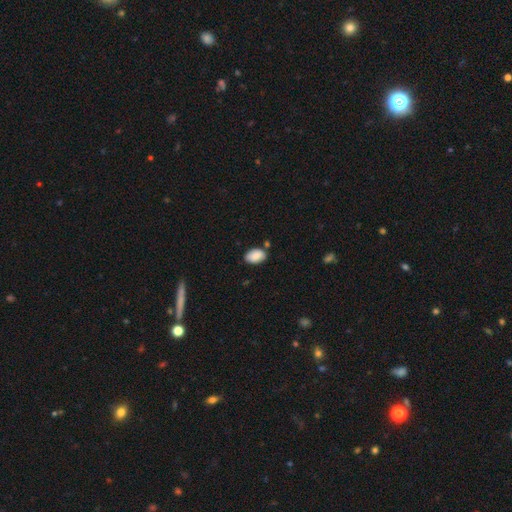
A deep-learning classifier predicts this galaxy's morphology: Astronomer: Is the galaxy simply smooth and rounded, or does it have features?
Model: smooth — 86%.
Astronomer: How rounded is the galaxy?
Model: in between — 91%.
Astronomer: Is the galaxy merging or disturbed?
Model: none — 75%.